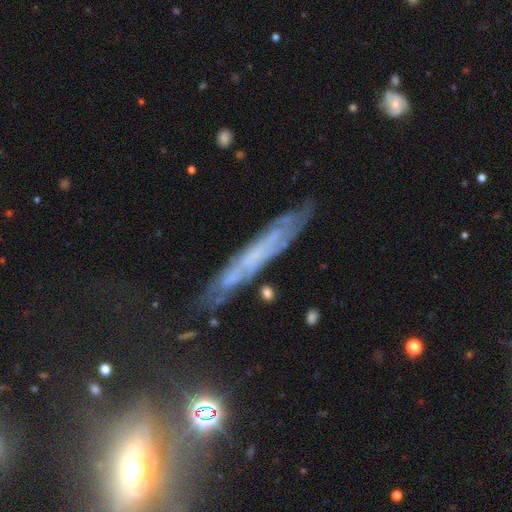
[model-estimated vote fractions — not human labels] Smooth or featured? Predicted: featured or disk (p=0.62). Edge-on disk? Predicted: yes (p=0.69). Merging? Predicted: none (p=0.71).